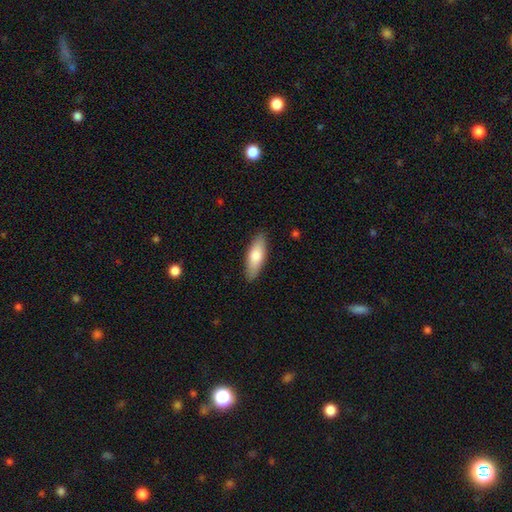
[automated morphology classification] smooth-or-featured: smooth: 74% | featured or disk: 21% | star or artifact: 5%
  how-rounded: in between: 56% | cigar-shaped: 42% | round: 2%
  merging: none: 88% | minor disturbance: 9% | major disturbance: 2% | merger: 1%